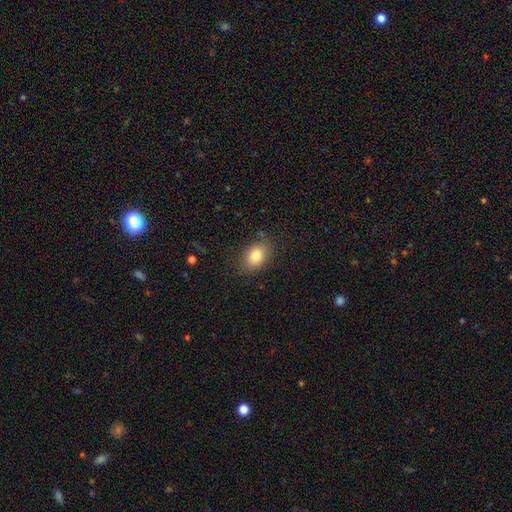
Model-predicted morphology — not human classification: smooth 81%, featured or disk 10%, star or artifact 9%. Down the decision tree: how rounded — in between (76%); merging — none (81%).